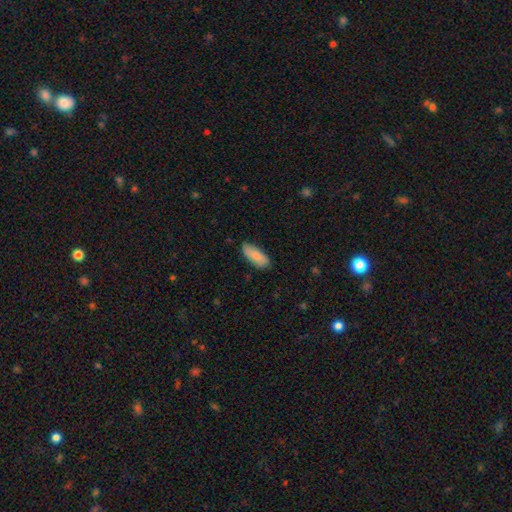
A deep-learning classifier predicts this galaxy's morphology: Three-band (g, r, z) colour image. It shows a smooth galaxy with no disk features (85%) that is in between round and cigar-shaped (77%). Merging: none (82%).